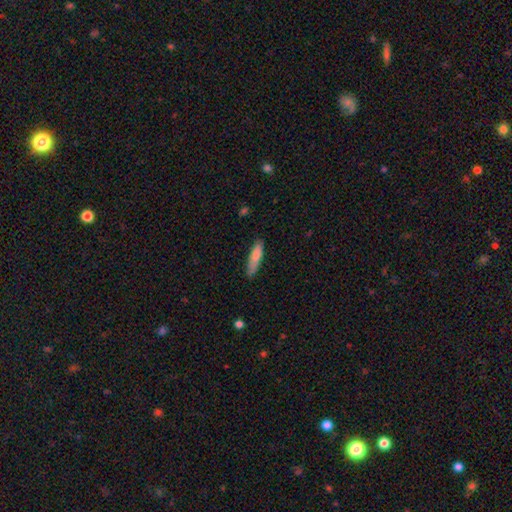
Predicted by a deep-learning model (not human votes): The model was most divided on "how rounded": cigar-shaped: 75%, in between: 23%, round: 2%. More confident: merging — none (79%); smooth or featured — smooth (77%).